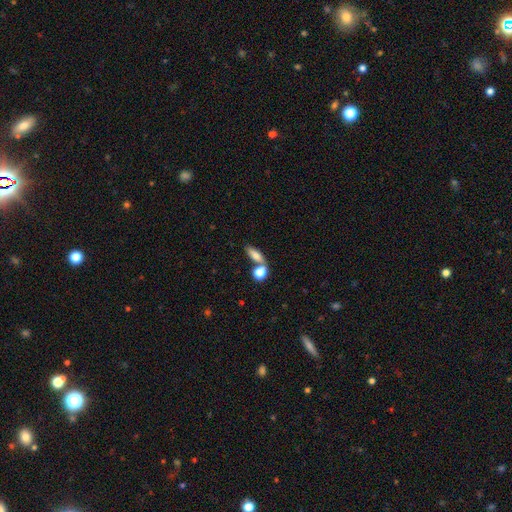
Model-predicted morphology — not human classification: A smooth galaxy with no disk features (75%) that is in between round and cigar-shaped (67%). Merging: none (46%).